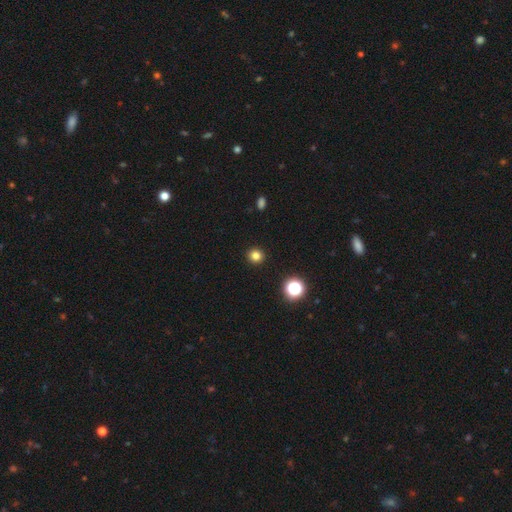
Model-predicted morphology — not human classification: Smooth or featured? Predicted: smooth (p=0.81). How rounded? Predicted: round (p=0.91). Merging? Predicted: none (p=0.93).